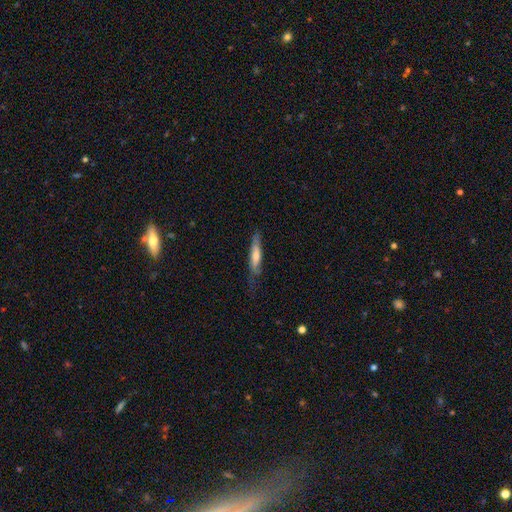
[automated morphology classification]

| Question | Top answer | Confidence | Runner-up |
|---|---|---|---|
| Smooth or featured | featured or disk | 48% | smooth (45%) |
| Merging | none | 67% | minor disturbance (23%) |